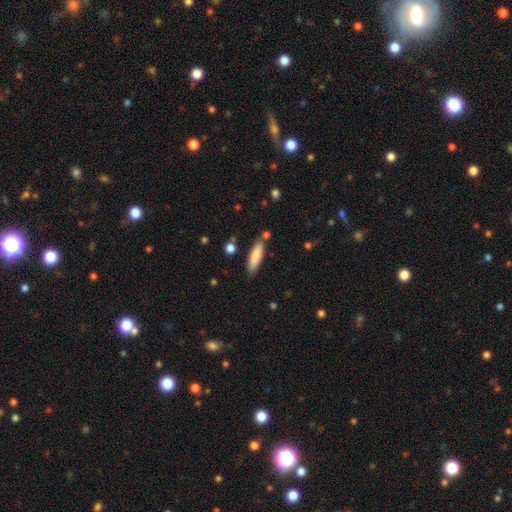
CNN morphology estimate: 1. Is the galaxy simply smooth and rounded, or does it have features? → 80% smooth, 14% featured or disk, 6% star or artifact.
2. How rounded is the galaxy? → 66% cigar-shaped, 33% in between, 2% round.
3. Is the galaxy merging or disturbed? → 80% none, 12% minor disturbance, 6% merger, 2% major disturbance.